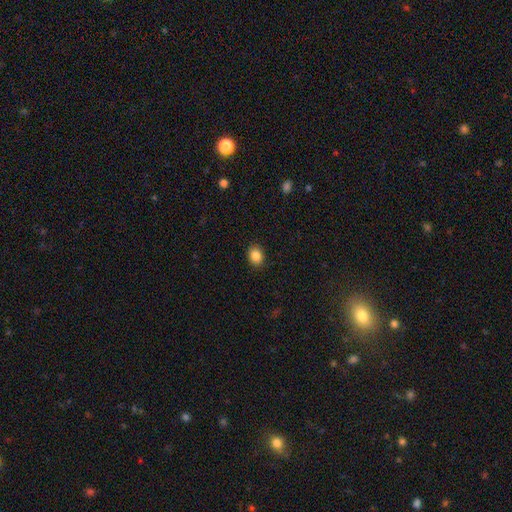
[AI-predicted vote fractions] The model was most divided on "how rounded" (2-way tie): in between: 50%, round: 50%, cigar-shaped: 1%. More confident: merging — none (90%); smooth or featured — smooth (86%).